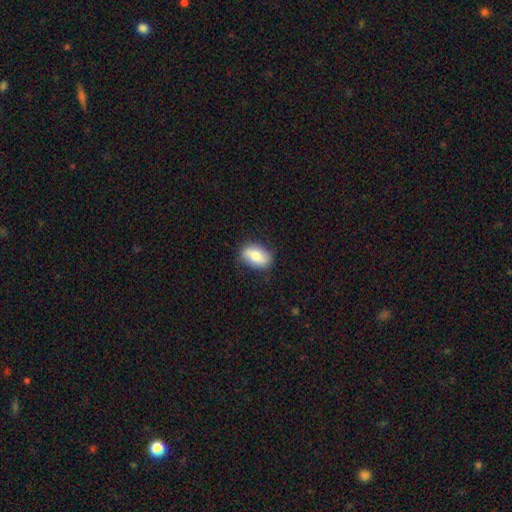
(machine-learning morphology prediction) smooth-or-featured: smooth: 72% | featured or disk: 21% | star or artifact: 7%
  how-rounded: in between: 85% | round: 12% | cigar-shaped: 3%
  merging: none: 81% | minor disturbance: 15% | major disturbance: 3% | merger: 1%